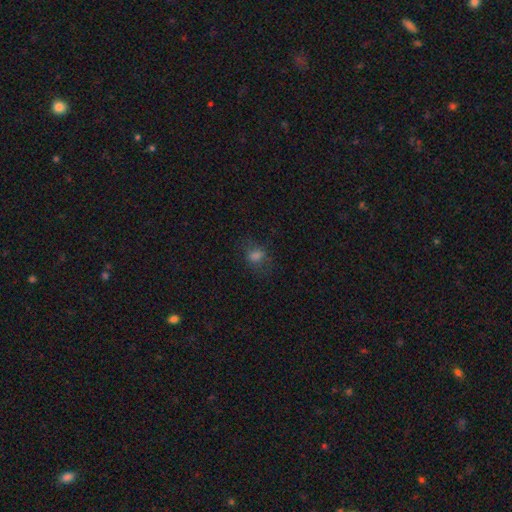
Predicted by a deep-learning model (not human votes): smooth 65%, star or artifact 22%, featured or disk 14%. Down the decision tree: how rounded — in between (63%); merging — none (65%).